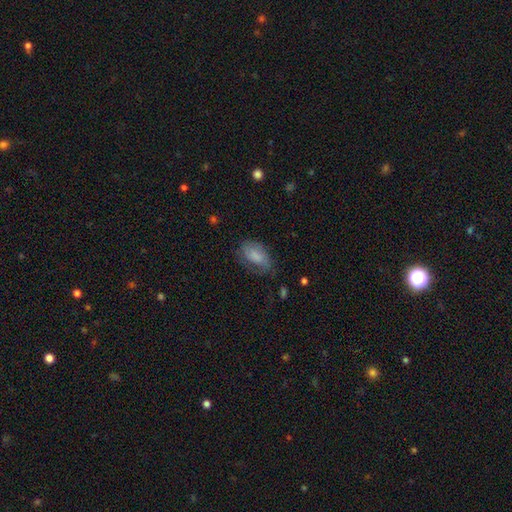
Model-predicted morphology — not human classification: type=smooth (69%); roundness=in between (91%); merging=none (56%).